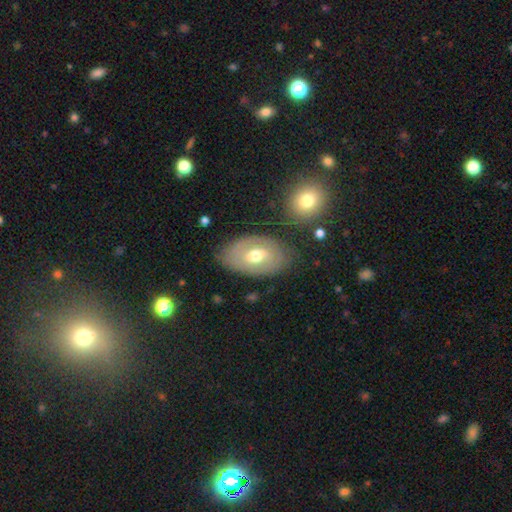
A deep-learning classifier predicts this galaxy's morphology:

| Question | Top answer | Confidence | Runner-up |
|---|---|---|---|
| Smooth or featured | featured or disk | 50% | smooth (43%) |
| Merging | none | 72% | minor disturbance (17%) |